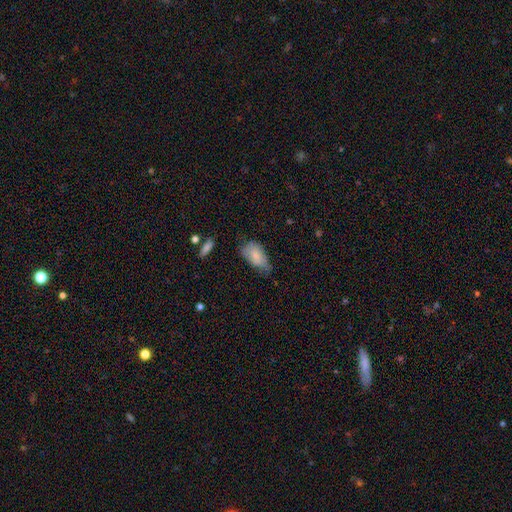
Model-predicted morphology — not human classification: smooth_or_featured: smooth (p=0.77) [alt: featured or disk p=0.17]
how_rounded: in between (p=0.92) [alt: round p=0.04]
merging: minor disturbance (p=0.43) [alt: none p=0.39]